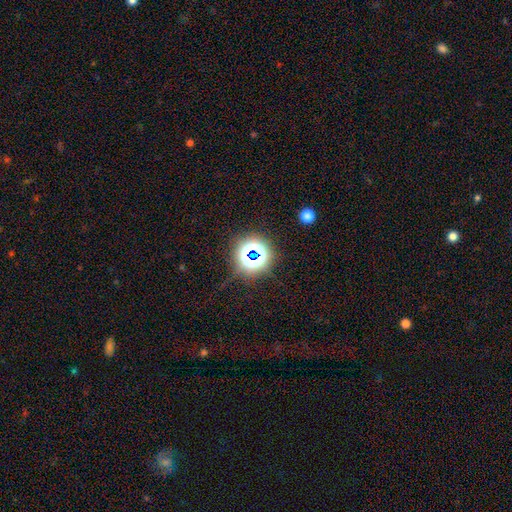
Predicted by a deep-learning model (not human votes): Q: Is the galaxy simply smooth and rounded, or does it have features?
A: star or artifact — 69%.